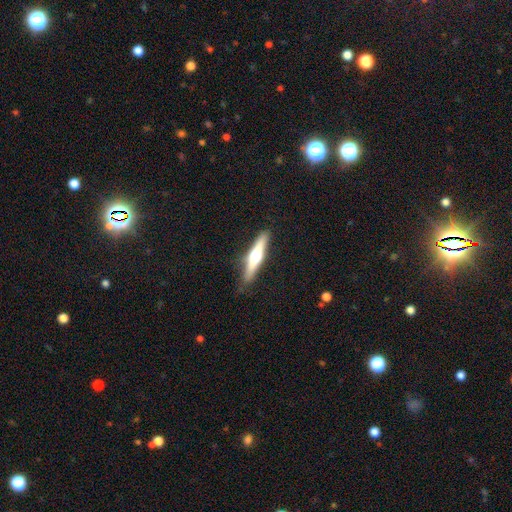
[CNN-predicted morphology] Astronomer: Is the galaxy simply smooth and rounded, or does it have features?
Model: featured or disk — 57% (runner-up: smooth, 38%).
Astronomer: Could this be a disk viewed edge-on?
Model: yes — 96%.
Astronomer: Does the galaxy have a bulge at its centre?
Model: rounded — 92%.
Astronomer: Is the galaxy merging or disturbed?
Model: none — 86%.